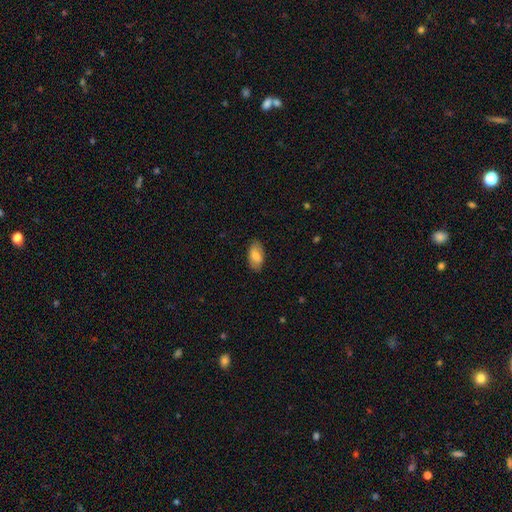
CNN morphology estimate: smooth_or_featured: smooth (p=0.75) [alt: featured or disk p=0.19]
how_rounded: in between (p=0.93) [alt: cigar-shaped p=0.03]
merging: none (p=0.83) [alt: minor disturbance p=0.13]